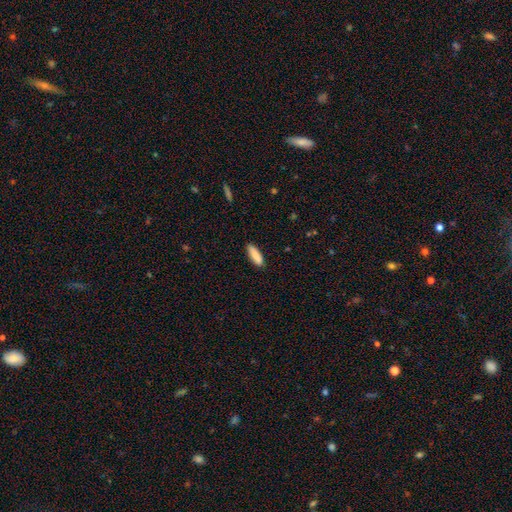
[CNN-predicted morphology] Smooth or featured? Predicted: smooth (p=0.88). How rounded? Predicted: in between (p=0.53). Merging? Predicted: none (p=0.88).